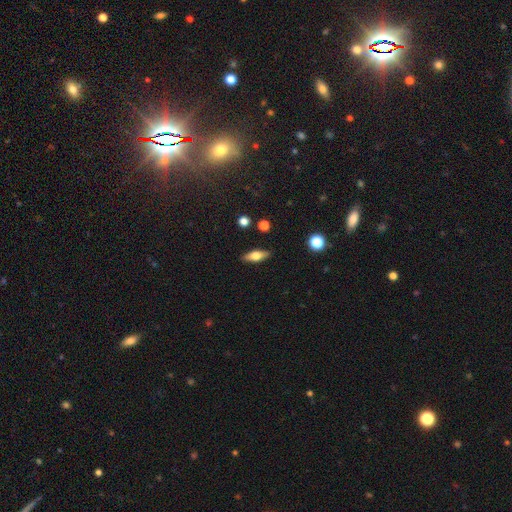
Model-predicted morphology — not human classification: A smooth galaxy with no disk features (56%) that is in between round and cigar-shaped (58%). Merging: none (88%).